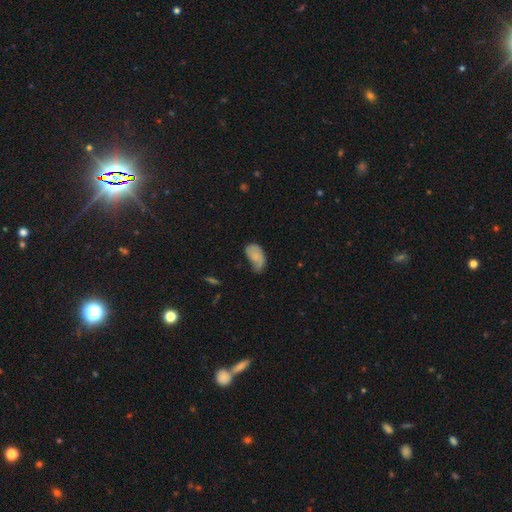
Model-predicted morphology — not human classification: A smooth galaxy with no disk features (60%) that is in between round and cigar-shaped (92%). Merging: minor disturbance (40%).